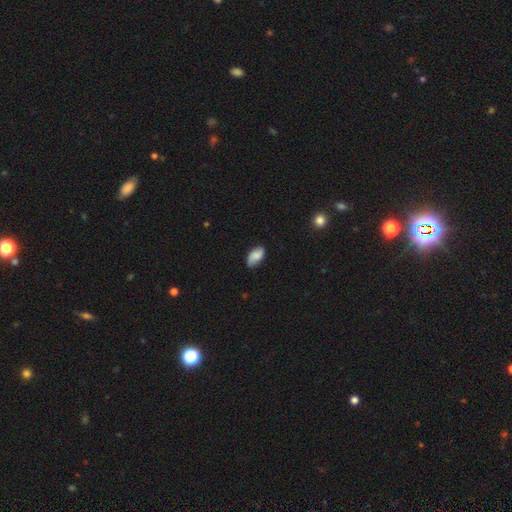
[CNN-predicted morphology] Smooth or featured? Predicted: smooth (p=0.77). How rounded? Predicted: in between (p=0.94). Merging? Predicted: none (p=0.76).